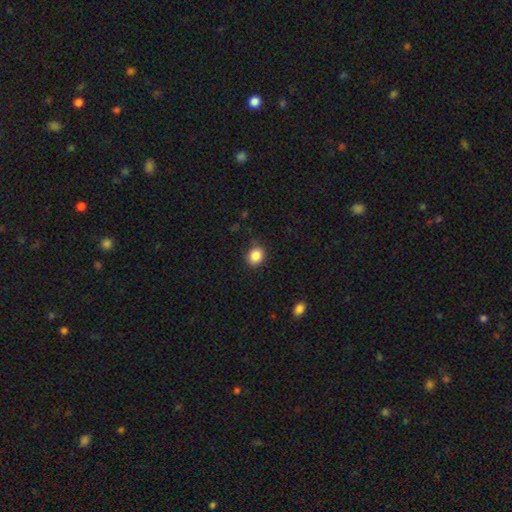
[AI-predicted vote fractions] A smooth galaxy with no disk features (86%) that is round (63%). Merging: none (81%).